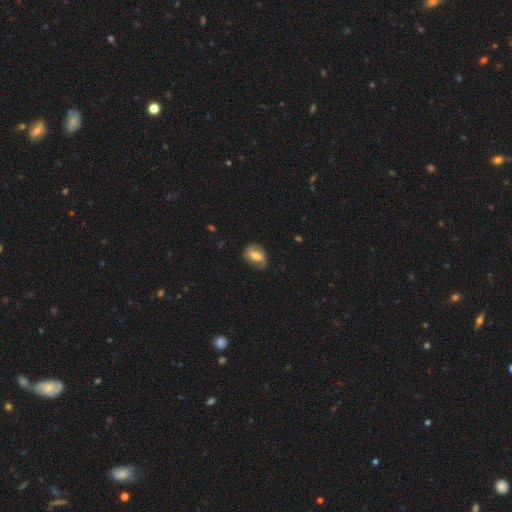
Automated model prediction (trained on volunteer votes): Morphology: type=featured or disk (52%); edge-on=no (96%); merging=none (70%).